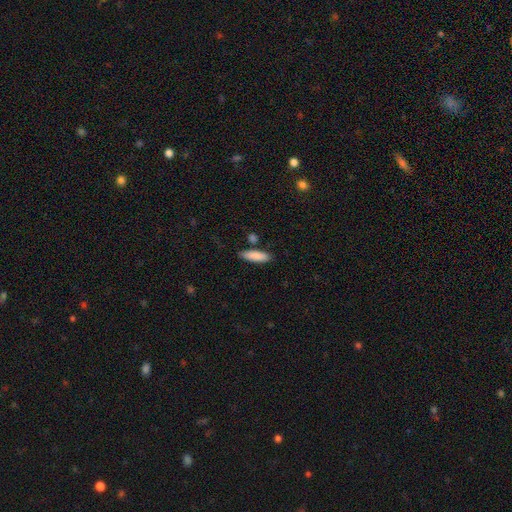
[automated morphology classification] smooth 87%, featured or disk 7%, star or artifact 6%. Down the decision tree: how rounded — cigar-shaped (55%); merging — none (81%).